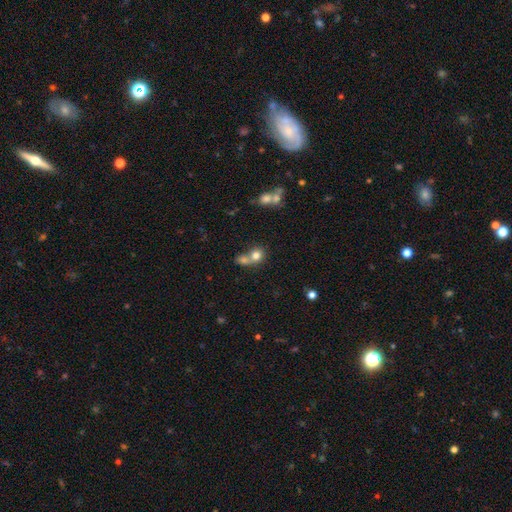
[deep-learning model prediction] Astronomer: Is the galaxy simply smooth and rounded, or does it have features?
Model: smooth — 75%.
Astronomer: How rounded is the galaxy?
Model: round — 75%.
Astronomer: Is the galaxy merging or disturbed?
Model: merger — 61%.